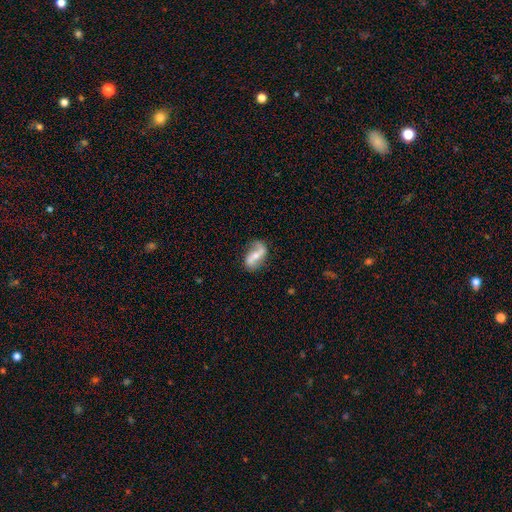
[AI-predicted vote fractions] Morphology: type=featured or disk (73%); edge-on=no (95%); bar=strong (37%); spiral arms=yes (89%); winding=loose (72%); arm count=2 (86%); bulge=moderate (47%); merging=none (69%).